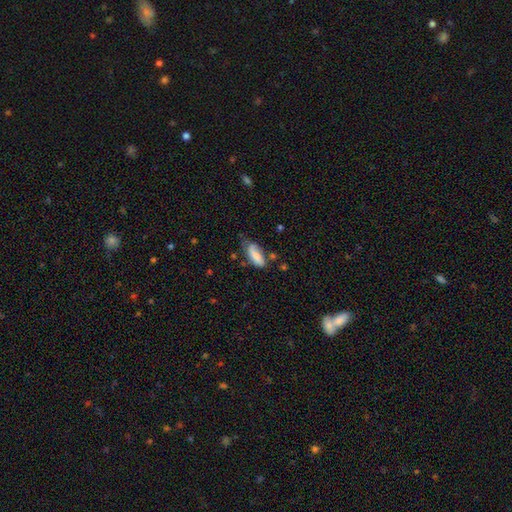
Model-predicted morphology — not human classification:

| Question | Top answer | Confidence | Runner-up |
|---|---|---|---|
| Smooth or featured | smooth | 74% | featured or disk (19%) |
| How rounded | in between | 80% | cigar-shaped (18%) |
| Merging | none | 48% | minor disturbance (35%) |